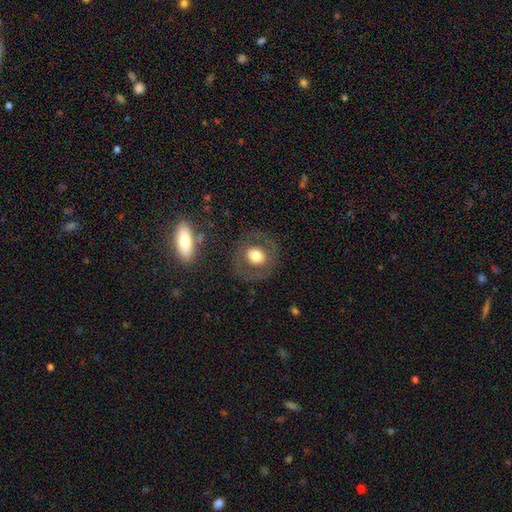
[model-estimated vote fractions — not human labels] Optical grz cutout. It shows a smooth galaxy with no disk features (57%) that is round (81%). Merging: none (80%).